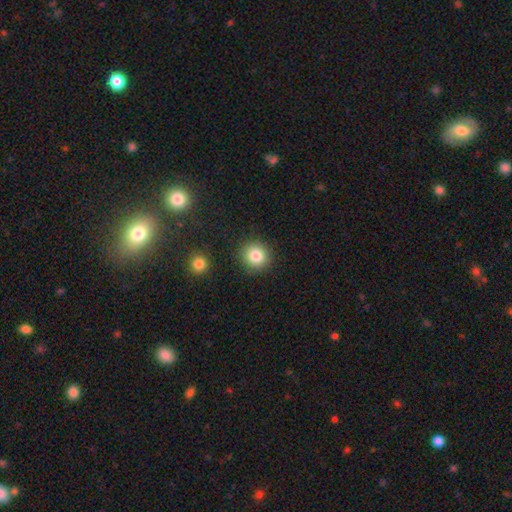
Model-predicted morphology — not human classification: Smooth or featured? Predicted: smooth (p=0.83). How rounded? Predicted: round (p=0.90). Merging? Predicted: none (p=0.89).